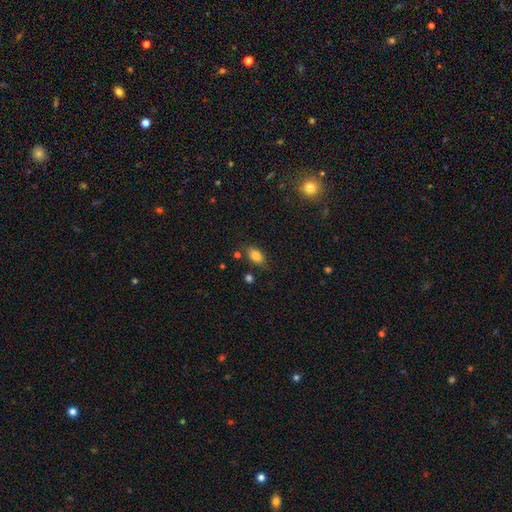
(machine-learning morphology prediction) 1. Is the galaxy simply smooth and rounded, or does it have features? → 82% smooth, 9% featured or disk, 9% star or artifact.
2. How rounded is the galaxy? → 87% in between, 8% round, 5% cigar-shaped.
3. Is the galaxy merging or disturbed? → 77% none, 15% minor disturbance, 4% merger, 4% major disturbance.